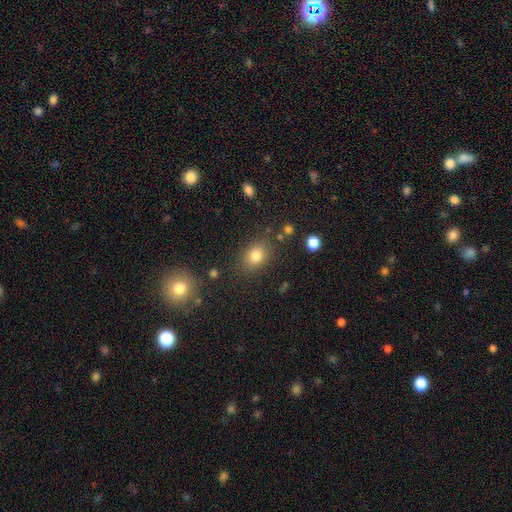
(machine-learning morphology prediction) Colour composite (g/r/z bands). It shows a smooth galaxy with no disk features (80%) that is in between round and cigar-shaped (59%). Merging: none (81%).